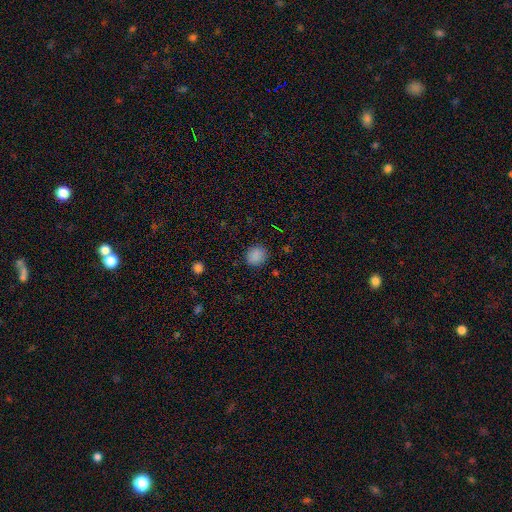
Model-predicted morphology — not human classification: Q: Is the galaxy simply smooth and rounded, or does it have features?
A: smooth — 87%.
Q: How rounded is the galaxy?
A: round — 81%.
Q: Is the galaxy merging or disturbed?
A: none — 88%.